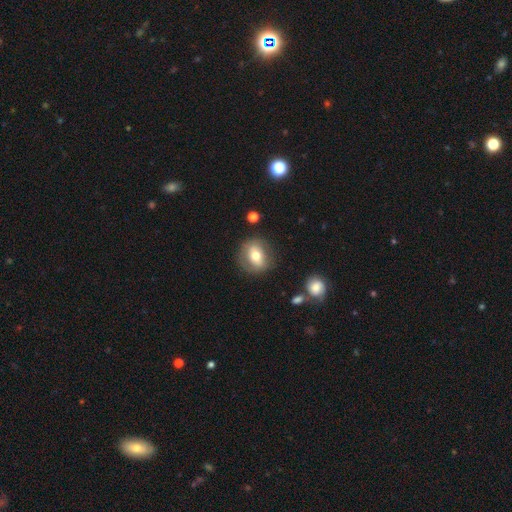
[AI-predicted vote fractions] Smooth or featured?
  - smooth: 61% *
  - featured or disk: 30%
  - star or artifact: 8%
How rounded?
  - round: 57% *
  - in between: 41%
  - cigar-shaped: 2%
Merging?
  - none: 80% *
  - minor disturbance: 13%
  - major disturbance: 5%
  - merger: 2%